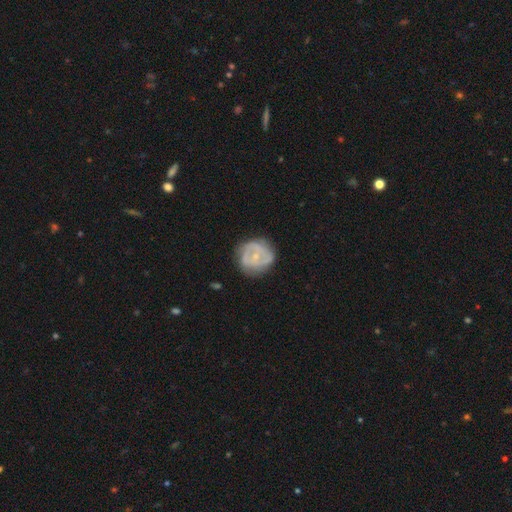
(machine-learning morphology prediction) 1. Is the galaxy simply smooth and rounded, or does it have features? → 64% featured or disk, 30% smooth, 6% star or artifact.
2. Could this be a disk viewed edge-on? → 97% no, 3% yes.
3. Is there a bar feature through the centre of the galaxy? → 67% no, 26% weak, 7% strong.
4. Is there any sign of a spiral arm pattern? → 65% yes, 35% no.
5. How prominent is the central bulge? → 68% small, 27% moderate, 3% none, 1% large, 1% dominant.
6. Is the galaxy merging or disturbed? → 71% none, 21% minor disturbance, 7% major disturbance, 1% merger.